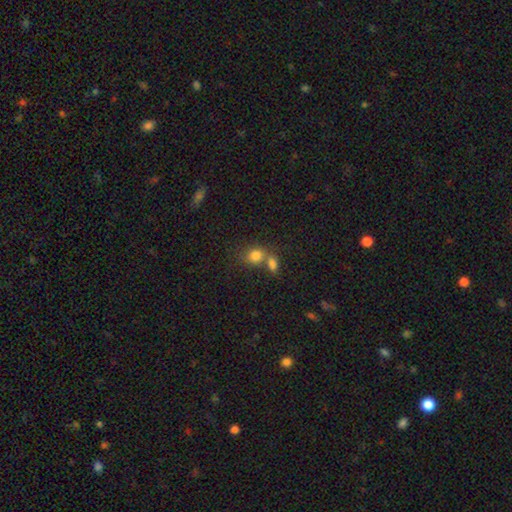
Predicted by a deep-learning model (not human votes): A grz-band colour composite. It shows a smooth galaxy with no disk features (81%) that is round (55%). Merging: merger (51%).